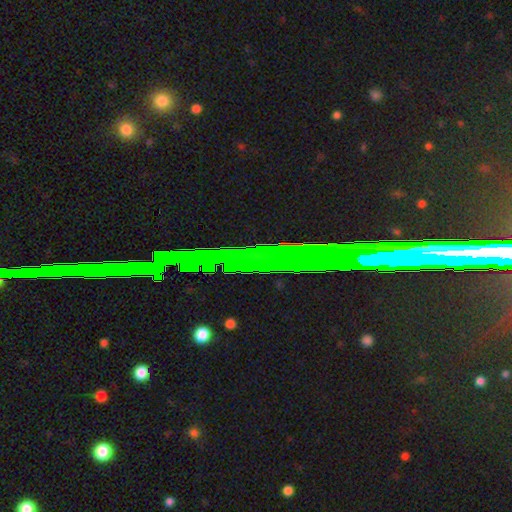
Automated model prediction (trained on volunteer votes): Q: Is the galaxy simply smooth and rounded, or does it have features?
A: featured or disk — 40%.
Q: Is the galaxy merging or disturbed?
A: none — 86%.